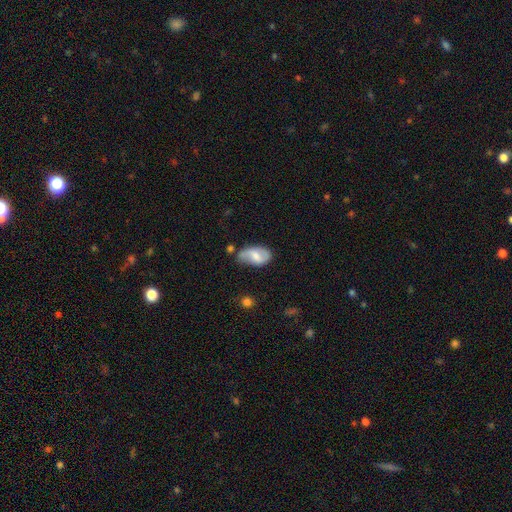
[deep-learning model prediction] A smooth galaxy with no disk features (49%).

Vote fractions:
- Smooth or featured? smooth: 49% / featured or disk: 43% / star or artifact: 7%
- Merging? none: 49% / minor disturbance: 34% / major disturbance: 11% / merger: 6%